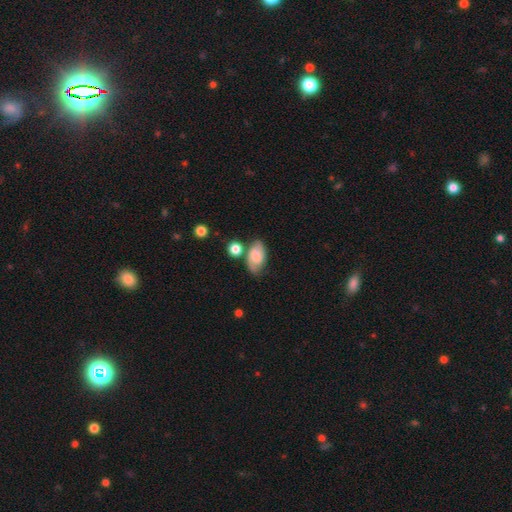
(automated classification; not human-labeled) A featured or disk galaxy (54%) with no bar (47%), spiral arms (90%) and a small central bulge (37%). Merging: none (65%).